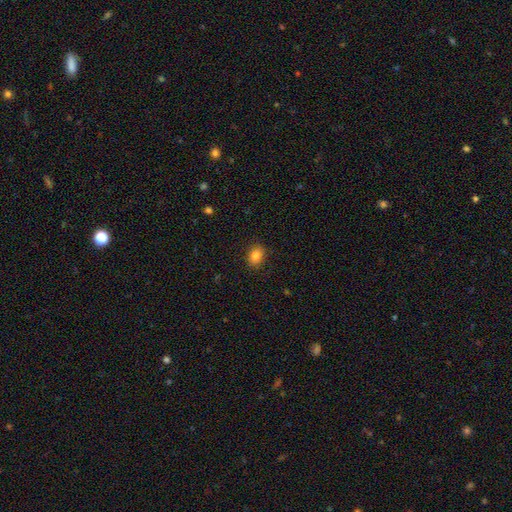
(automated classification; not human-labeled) Morphology: type=smooth (84%); roundness=in between (57%); merging=none (88%).